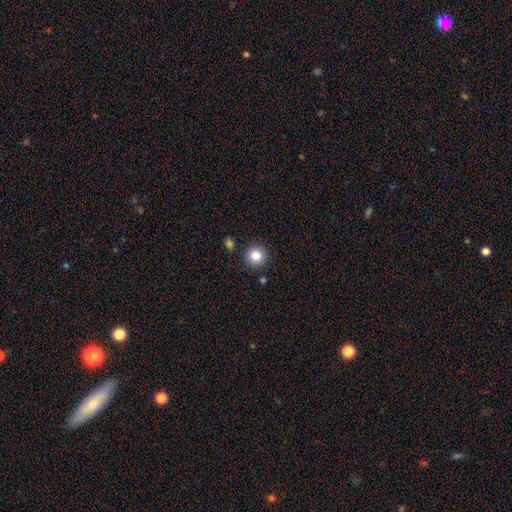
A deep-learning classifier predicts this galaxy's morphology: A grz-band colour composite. It shows a smooth galaxy with no disk features (84%) that is round (95%). Merging: none (89%).